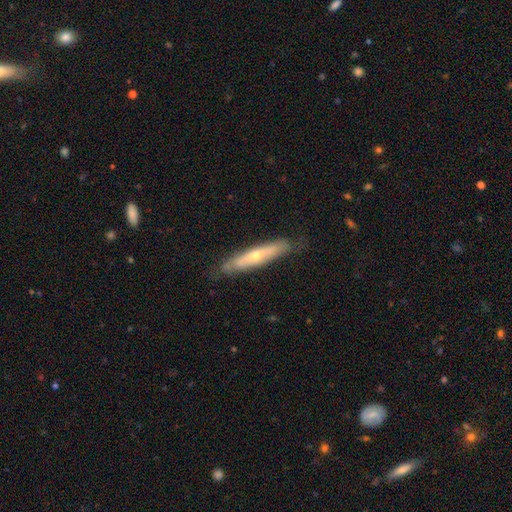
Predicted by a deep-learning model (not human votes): This is possibly a featured or disk galaxy (56%). It is likely viewed edge-on (73%). Merging: likely none (79%).